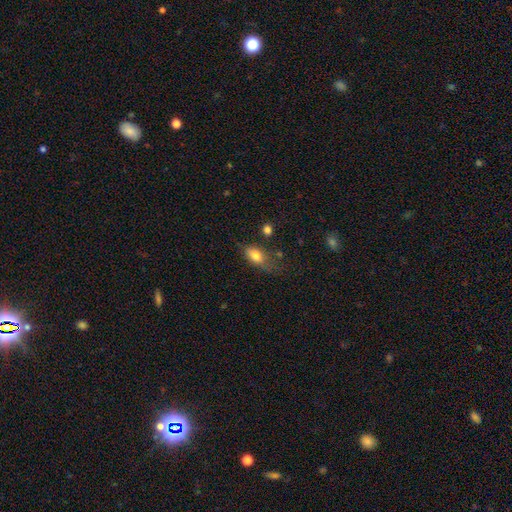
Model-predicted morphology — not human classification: Smooth or featured?
  - smooth: 77% *
  - featured or disk: 14%
  - star or artifact: 9%
How rounded?
  - in between: 84% *
  - round: 9%
  - cigar-shaped: 7%
Merging?
  - none: 51% *
  - minor disturbance: 30%
  - major disturbance: 15%
  - merger: 5%